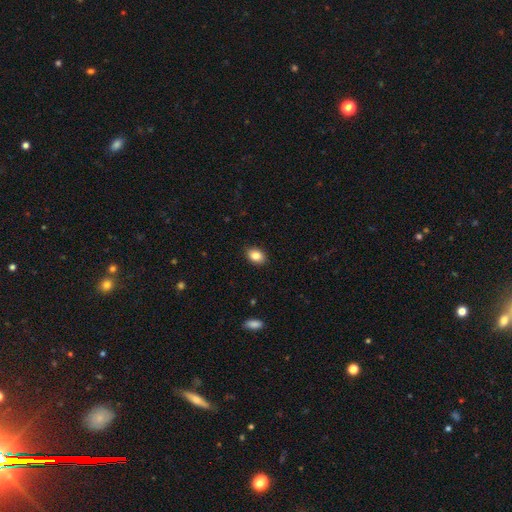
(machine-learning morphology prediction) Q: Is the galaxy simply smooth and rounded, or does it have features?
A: smooth — 86%.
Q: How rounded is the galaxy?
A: in between — 77%.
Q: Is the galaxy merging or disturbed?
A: none — 89%.